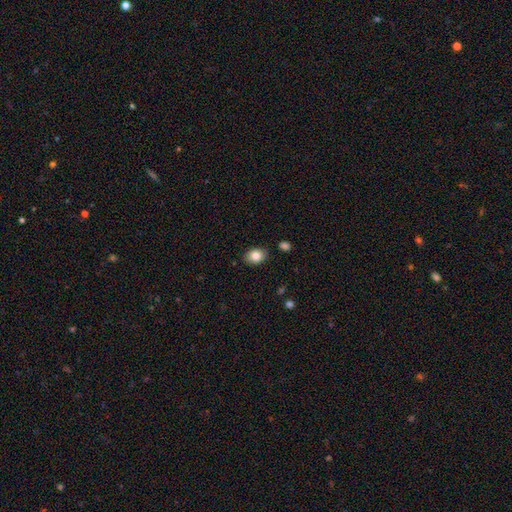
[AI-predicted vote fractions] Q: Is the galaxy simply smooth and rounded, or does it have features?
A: smooth — 83%.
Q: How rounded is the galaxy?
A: in between — 73%.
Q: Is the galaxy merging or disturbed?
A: none — 85%.